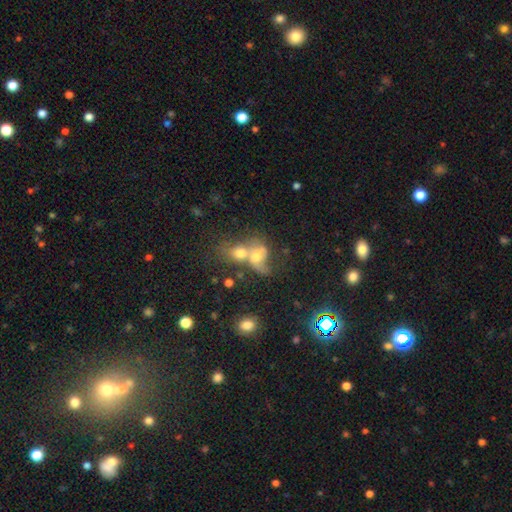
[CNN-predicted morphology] Smooth or featured?
  - smooth: 48% *
  - featured or disk: 36%
  - star or artifact: 17%
Merging?
  - merger: 73% *
  - none: 12%
  - major disturbance: 9%
  - minor disturbance: 6%